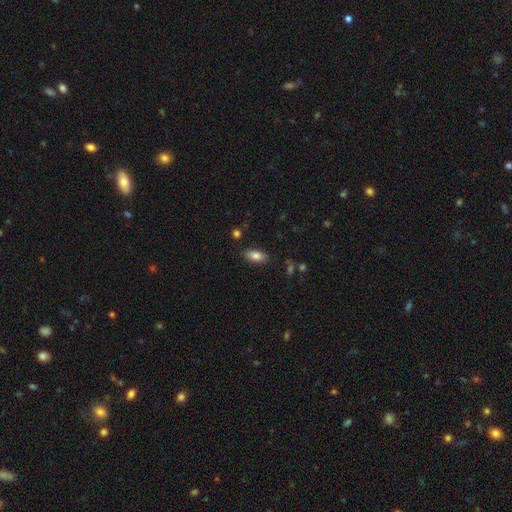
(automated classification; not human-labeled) Morphology: type=smooth (83%); roundness=in between (87%); merging=none (85%).